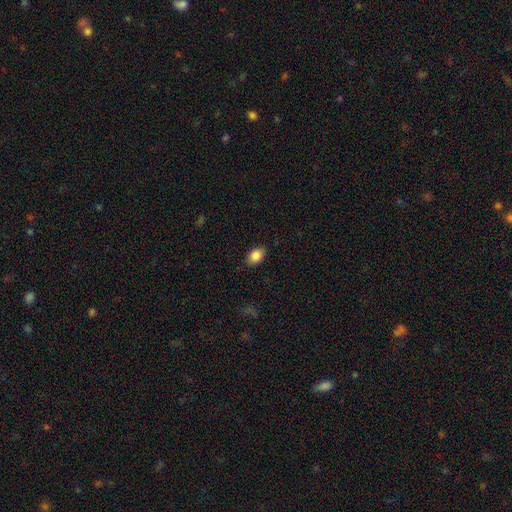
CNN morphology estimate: A smooth galaxy with no disk features (86%) that is in between round and cigar-shaped (86%).

Vote fractions:
- Smooth or featured? smooth: 86% / star or artifact: 8% / featured or disk: 6%
- How rounded? in between: 86% / round: 12% / cigar-shaped: 2%
- Merging? none: 85% / minor disturbance: 11% / major disturbance: 3% / merger: 1%